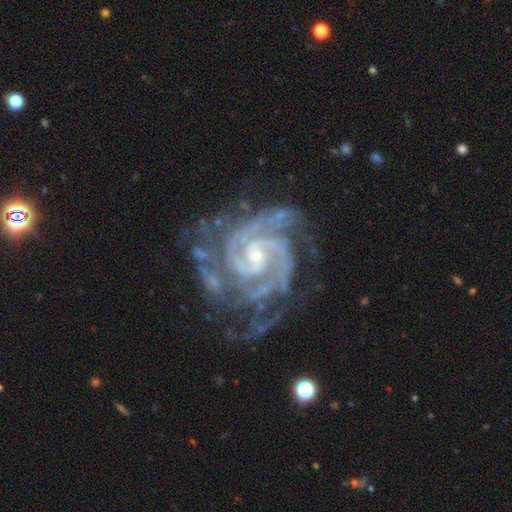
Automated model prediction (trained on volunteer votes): smooth_or_featured: featured or disk (p=0.93) [alt: star or artifact p=0.05]
disk_edge_on: no (p=0.98) [alt: yes p=0.02]
bar: no (p=0.49) [alt: weak p=0.36]
has_spiral_arms: yes (p=0.99) [alt: no p=0.01]
spiral_winding: tight (p=0.70) [alt: medium p=0.28]
spiral_arm_count: 2 (p=0.41) [alt: 3 p=0.26]
bulge_size: small (p=0.75) [alt: moderate p=0.20]
merging: none (p=0.61) [alt: minor disturbance p=0.23]